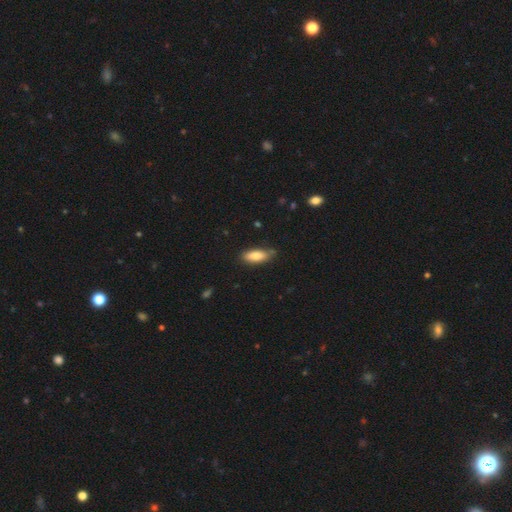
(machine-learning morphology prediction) Smooth or featured?
  - smooth: 82% *
  - featured or disk: 12%
  - star or artifact: 7%
How rounded?
  - in between: 72% *
  - cigar-shaped: 26%
  - round: 2%
Merging?
  - none: 76% *
  - minor disturbance: 19%
  - major disturbance: 3%
  - merger: 2%